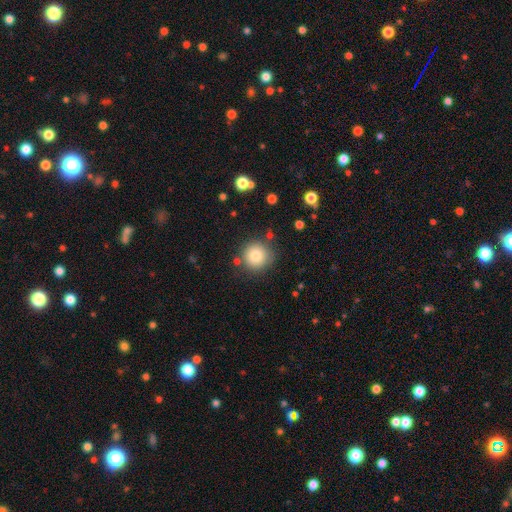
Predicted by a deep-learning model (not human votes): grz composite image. It shows a smooth galaxy with no disk features (82%) that is round (94%). Merging: none (82%).